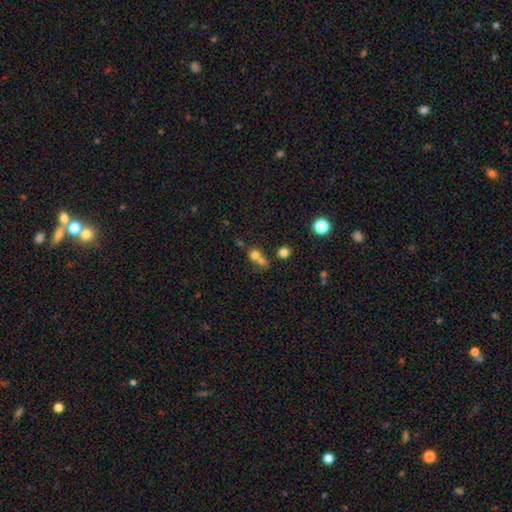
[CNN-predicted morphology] This appears to be a smooth galaxy with no disk features (72%) that is round (80%). Merging: merger (53%).